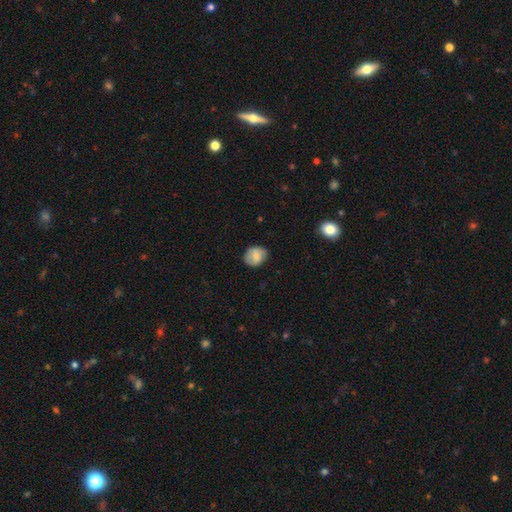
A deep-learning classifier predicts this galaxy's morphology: Q: Smooth or featured?
A: smooth (72%); runner-up: featured or disk (20%)
Q: How rounded?
A: round (58%); runner-up: in between (41%)
Q: Merging?
A: none (78%); runner-up: minor disturbance (17%)